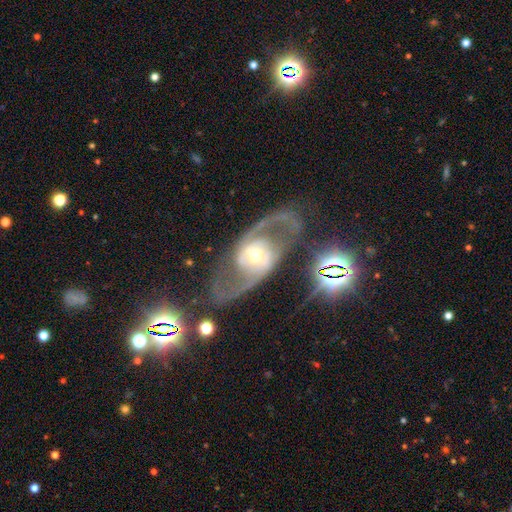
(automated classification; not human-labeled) Q: Smooth or featured?
A: featured or disk (86%); runner-up: smooth (7%)
Q: Edge-on disk?
A: no (94%); runner-up: yes (6%)
Q: Bar?
A: no (40%); runner-up: weak (35%)
Q: Spiral arms?
A: yes (90%); runner-up: no (10%)
Q: Spiral winding?
A: medium (48%); runner-up: loose (36%)
Q: Spiral arm count?
A: 2 (90%); runner-up: can't tell (4%)
Q: Bulge size?
A: moderate (58%); runner-up: small (31%)
Q: Merging?
A: none (65%); runner-up: major disturbance (15%)